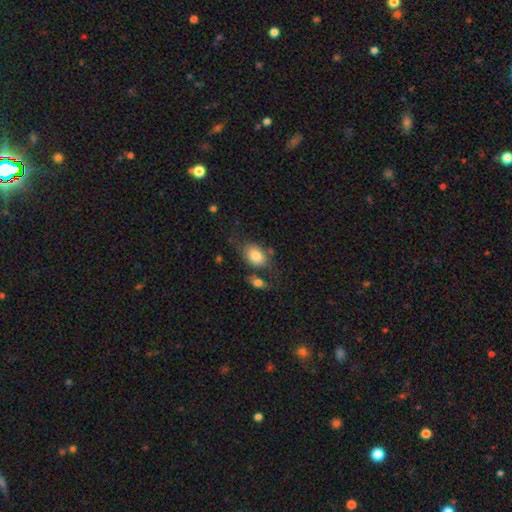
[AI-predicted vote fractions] This appears to be a smooth galaxy with no disk features (79%) that is in between round and cigar-shaped (80%). Merging: none (54%).